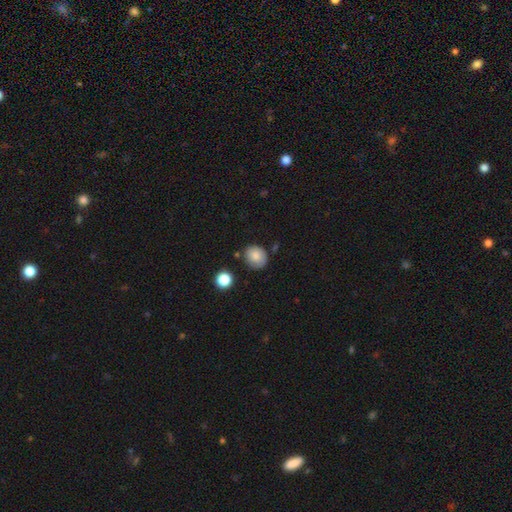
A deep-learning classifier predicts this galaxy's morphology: smooth_or_featured: smooth (p=0.81) [alt: featured or disk p=0.10]
how_rounded: round (p=0.66) [alt: in between p=0.33]
merging: none (p=0.75) [alt: minor disturbance p=0.17]